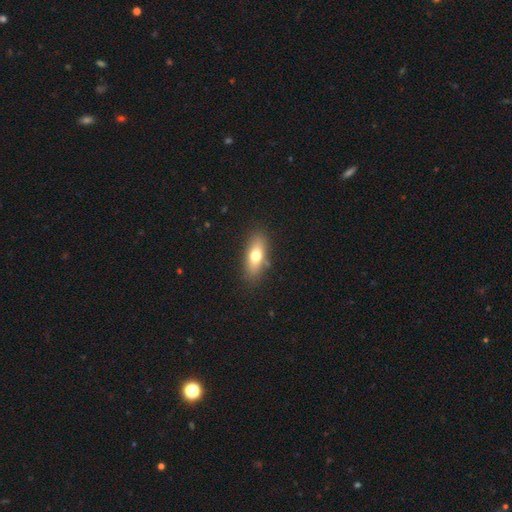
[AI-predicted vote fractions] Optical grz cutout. It shows a smooth galaxy with no disk features (69%) that is in between round and cigar-shaped (72%). Merging: none (83%).